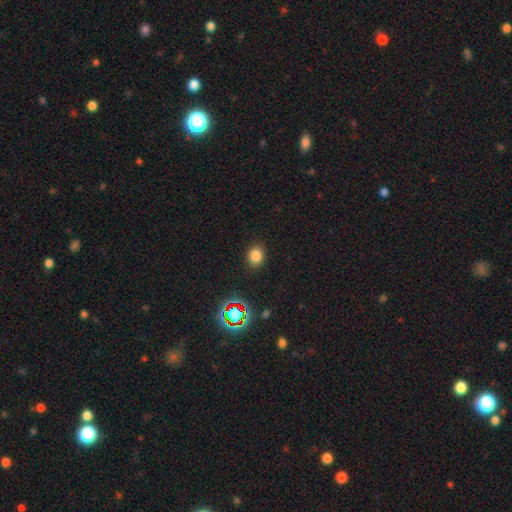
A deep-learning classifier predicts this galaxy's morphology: smooth_or_featured: smooth (p=0.79) [alt: star or artifact p=0.16]
how_rounded: round (p=0.62) [alt: in between p=0.37]
merging: none (p=0.89) [alt: minor disturbance p=0.08]